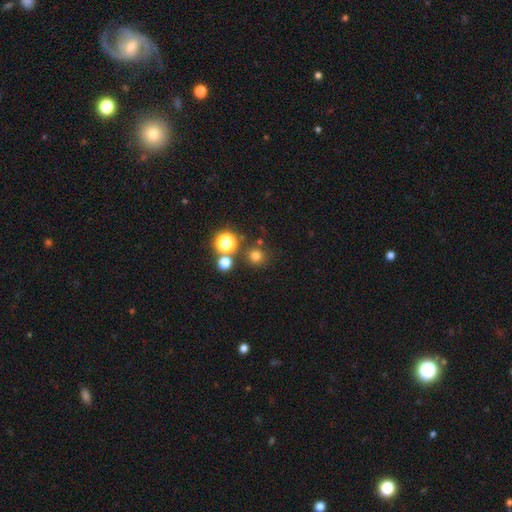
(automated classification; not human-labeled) A smooth galaxy with no disk features (72%) that is round (93%). Merging: none (80%).